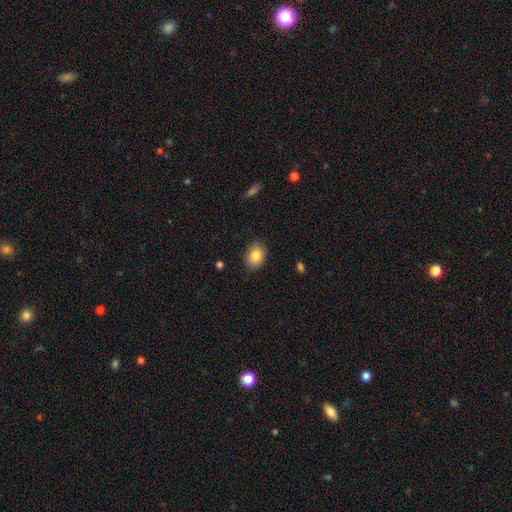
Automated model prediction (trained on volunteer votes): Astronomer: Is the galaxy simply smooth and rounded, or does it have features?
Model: smooth — 85%.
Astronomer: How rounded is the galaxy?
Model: in between — 66%.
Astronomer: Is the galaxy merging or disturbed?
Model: none — 85%.